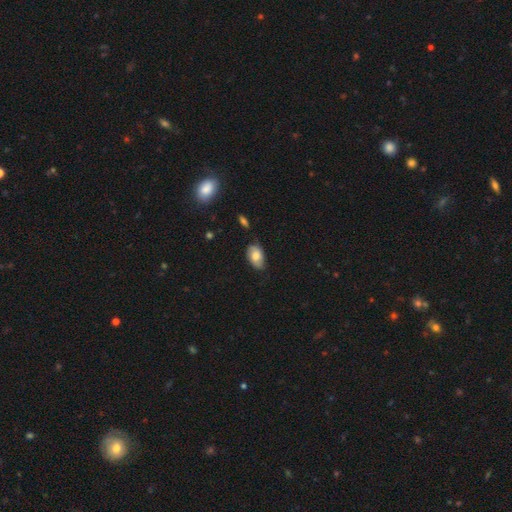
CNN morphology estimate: The model was most divided on "smooth or featured": smooth: 68%, featured or disk: 24%, star or artifact: 7%. More confident: how rounded — in between (92%); merging — none (71%).